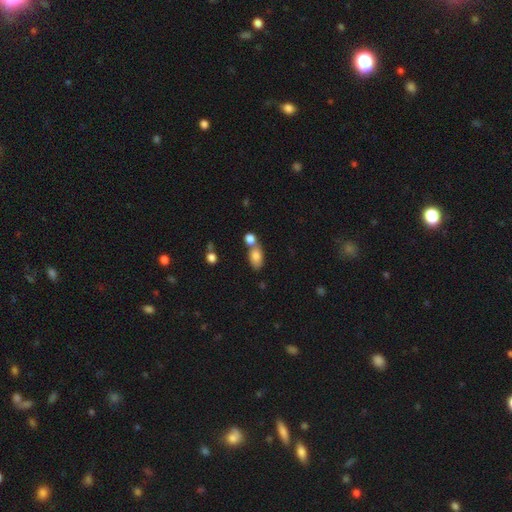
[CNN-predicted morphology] This appears to be a smooth galaxy with no disk features (81%) that is in between round and cigar-shaped (86%). Merging: none (48%).